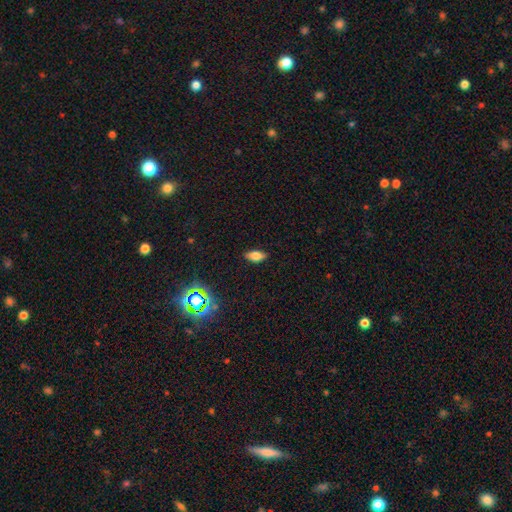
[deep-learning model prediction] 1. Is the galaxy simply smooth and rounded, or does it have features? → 75% smooth, 14% featured or disk, 11% star or artifact.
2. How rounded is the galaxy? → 85% in between, 12% cigar-shaped, 4% round.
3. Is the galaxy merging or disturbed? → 85% none, 11% minor disturbance, 2% major disturbance, 1% merger.